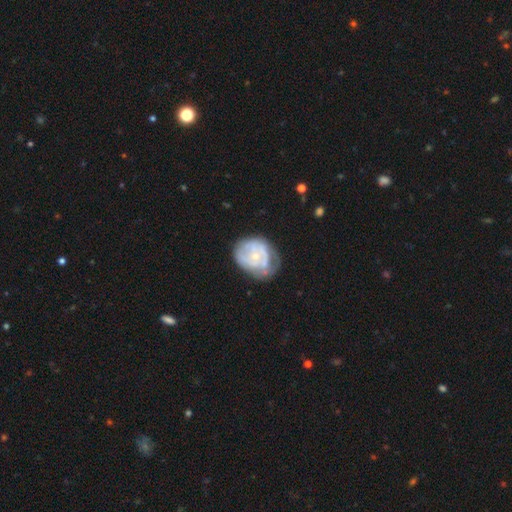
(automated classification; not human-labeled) A featured or disk galaxy (67%) with no bar (80%), spiral arms (65%) and a small central bulge (66%). Merging: none (46%).